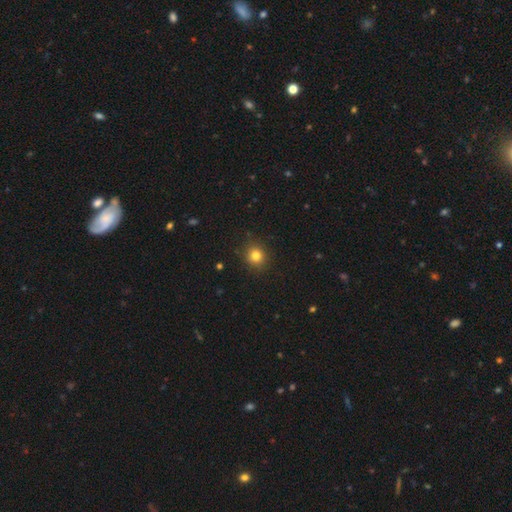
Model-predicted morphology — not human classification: Smooth or featured: smooth — 81% (star or artifact — 13%)
How rounded: round — 86% (in between — 13%)
Merging: none — 89% (minor disturbance — 7%)